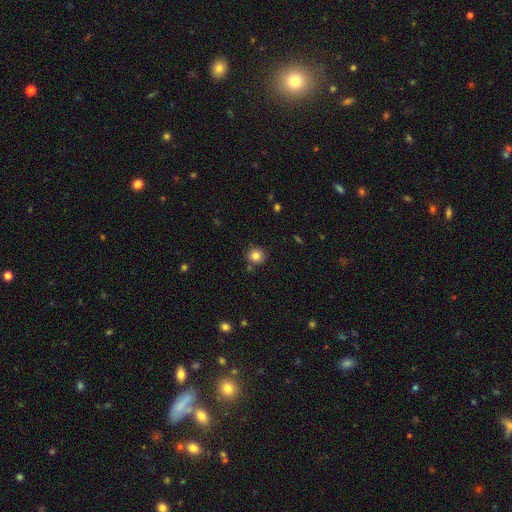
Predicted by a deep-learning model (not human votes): Morphology: type=smooth (83%); roundness=round (92%); merging=none (85%).